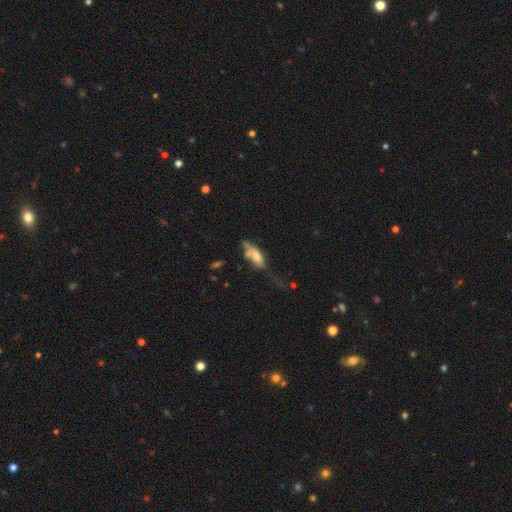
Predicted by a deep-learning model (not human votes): This is possibly a smooth galaxy (57%). How rounded: likely in between (72%). Merging: marginally major disturbance (35%).